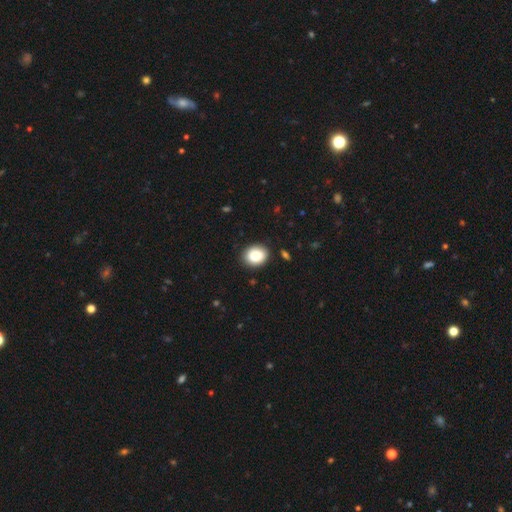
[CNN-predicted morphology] This appears to be a smooth galaxy with no disk features (86%) that is round (53%). Merging: none (86%).